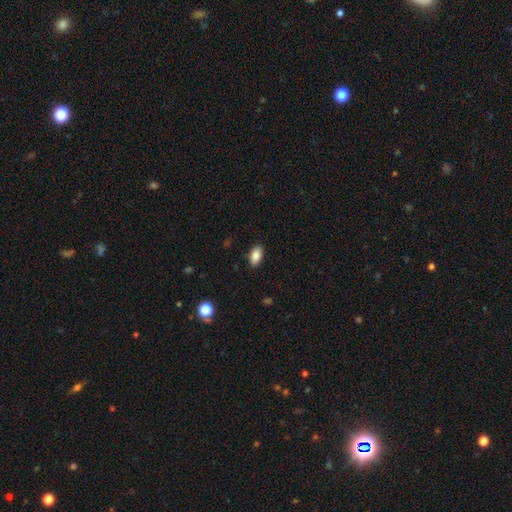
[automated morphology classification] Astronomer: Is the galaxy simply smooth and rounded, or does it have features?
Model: smooth — 86%.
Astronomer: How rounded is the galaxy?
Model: in between — 92%.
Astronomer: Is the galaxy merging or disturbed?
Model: none — 88%.